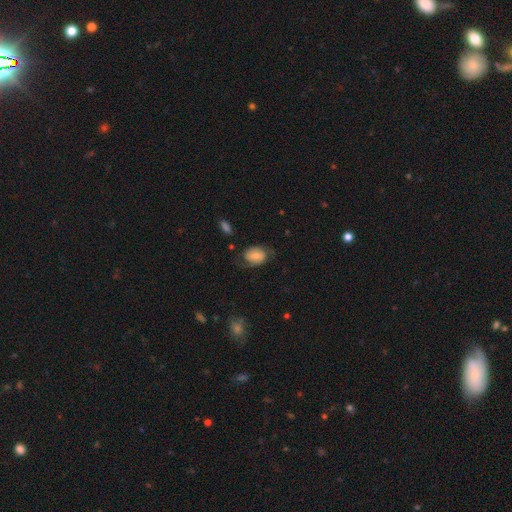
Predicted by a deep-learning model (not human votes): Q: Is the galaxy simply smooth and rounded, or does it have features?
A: smooth — 54%.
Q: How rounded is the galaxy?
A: in between — 71%.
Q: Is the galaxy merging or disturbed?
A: none — 57%.